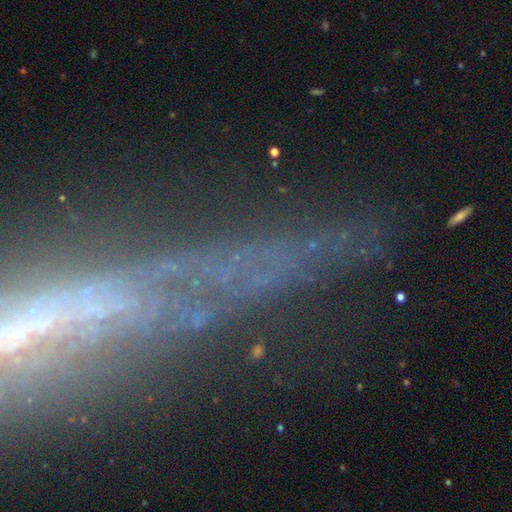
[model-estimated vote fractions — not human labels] Q: Smooth or featured?
A: star or artifact (42%); runner-up: featured or disk (40%)